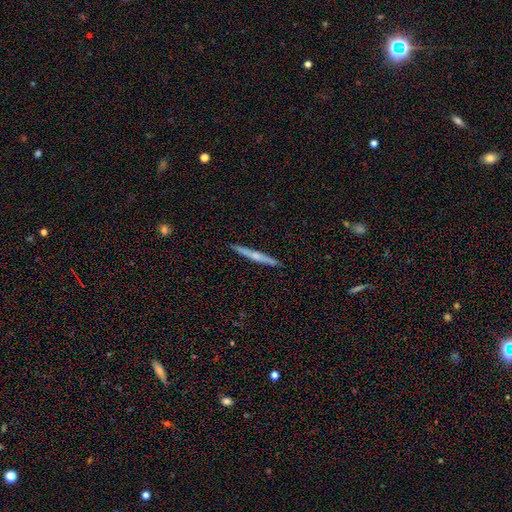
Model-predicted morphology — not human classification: Overall: featured or disk (52%; smooth 42%). Edge-on disk: yes (97%). Edge-on bulge: rounded (55%; none 39%). Merging: none (91%).